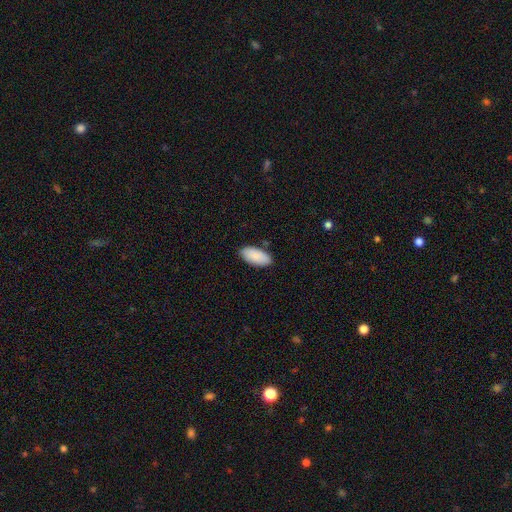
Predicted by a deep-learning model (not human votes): Smooth or featured? smooth (89%)
How rounded? in between (94%)
Merging? none (85%)